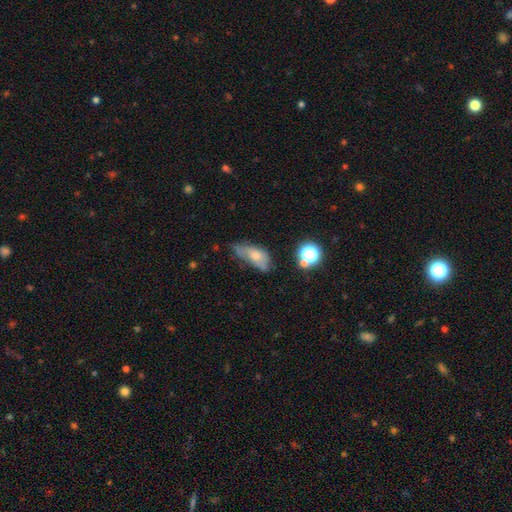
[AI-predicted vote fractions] Q: Smooth or featured?
A: smooth (52%); runner-up: featured or disk (34%)
Q: How rounded?
A: in between (77%); runner-up: cigar-shaped (14%)
Q: Merging?
A: minor disturbance (37%); runner-up: none (36%)